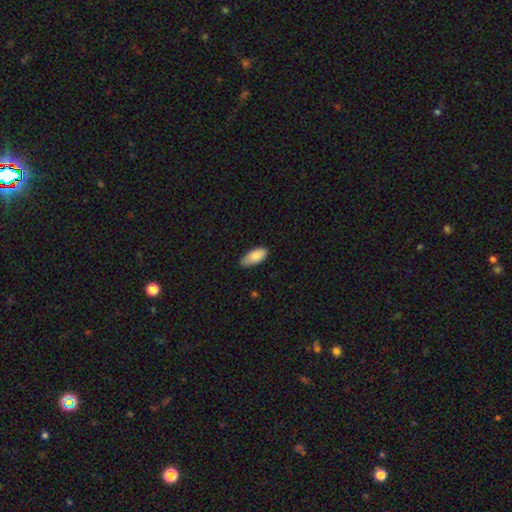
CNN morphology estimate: Smooth or featured? Predicted: smooth (p=0.85). How rounded? Predicted: in between (p=0.91). Merging? Predicted: none (p=0.77).